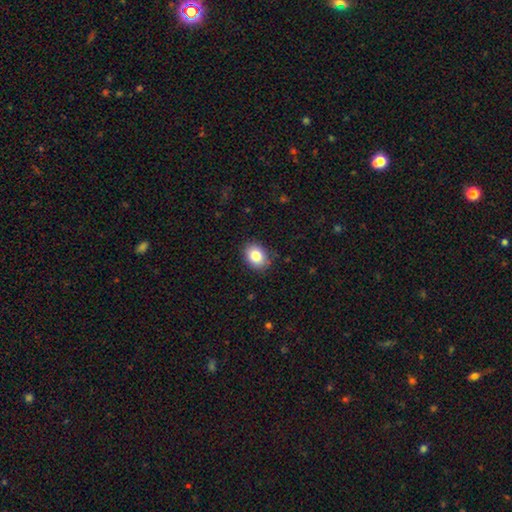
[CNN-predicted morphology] type=smooth (84%); roundness=in between (61%); merging=none (86%).